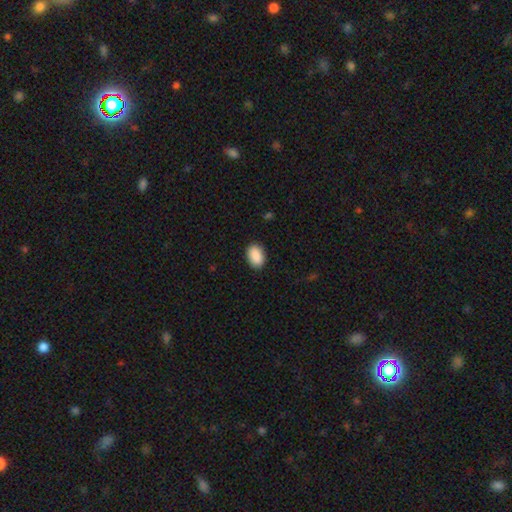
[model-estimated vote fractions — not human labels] A smooth galaxy with no disk features (90%) that is in between round and cigar-shaped (88%).

Vote fractions:
- Smooth or featured? smooth: 90% / star or artifact: 7% / featured or disk: 3%
- How rounded? in between: 88% / round: 11% / cigar-shaped: 1%
- Merging? none: 88% / minor disturbance: 9% / major disturbance: 2% / merger: 1%